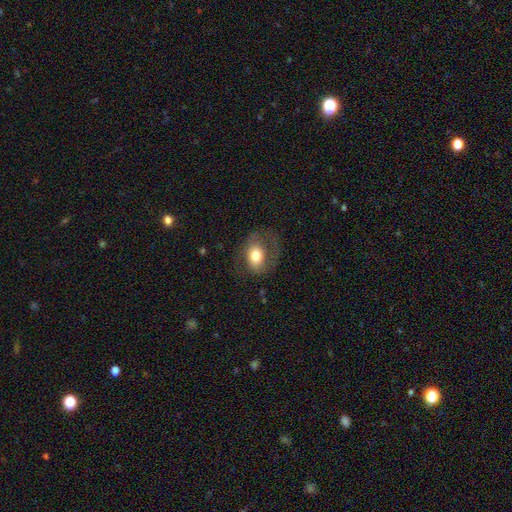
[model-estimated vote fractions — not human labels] Smooth or featured? smooth (63%)
How rounded? in between (68%)
Merging? none (49%)